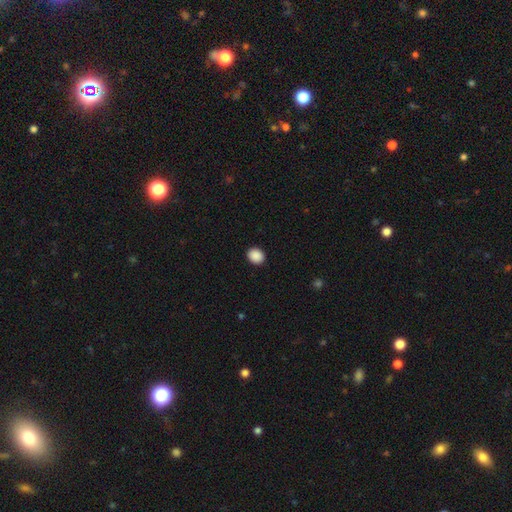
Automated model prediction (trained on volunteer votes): Morphology: type=smooth (90%); roundness=round (62%); merging=none (92%).